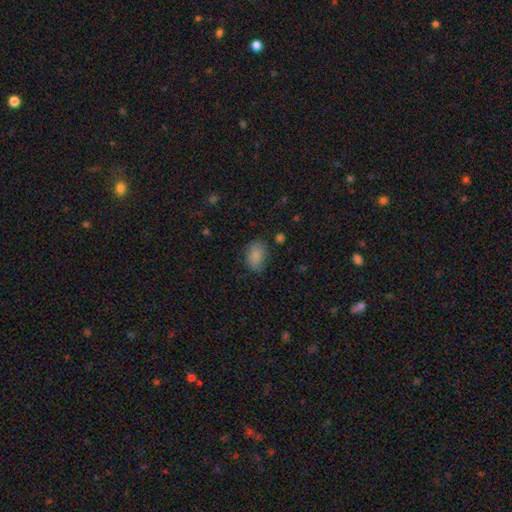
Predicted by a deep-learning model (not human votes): smooth_or_featured: smooth (p=0.85) [alt: star or artifact p=0.08]
how_rounded: in between (p=0.81) [alt: round p=0.18]
merging: none (p=0.72) [alt: minor disturbance p=0.20]